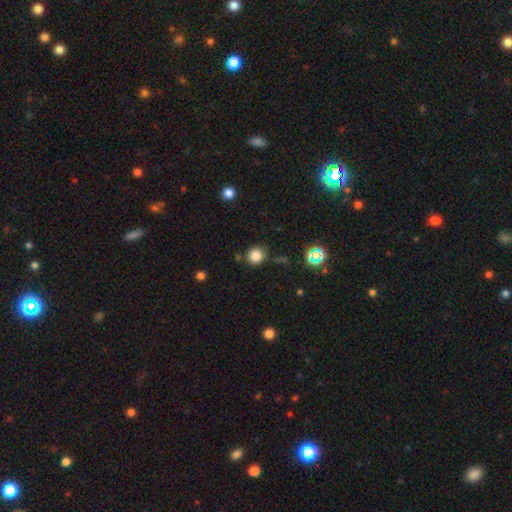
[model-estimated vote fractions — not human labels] smooth-or-featured: smooth: 80% | star or artifact: 15% | featured or disk: 5%
  how-rounded: round: 92% | in between: 7% | cigar-shaped: 1%
  merging: none: 82% | minor disturbance: 10% | merger: 6% | major disturbance: 3%